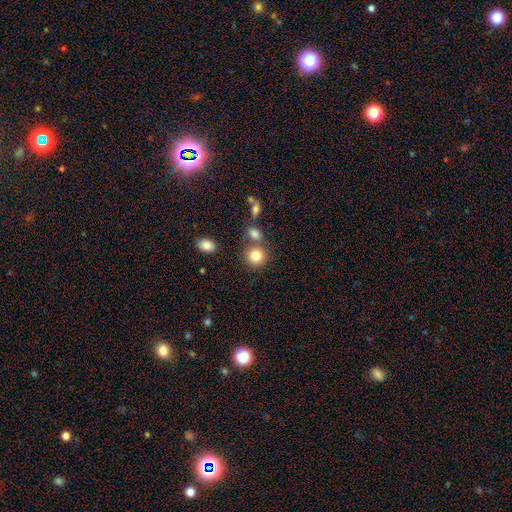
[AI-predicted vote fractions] smooth_or_featured: smooth (p=0.82) [alt: star or artifact p=0.10]
how_rounded: round (p=0.85) [alt: in between p=0.14]
merging: none (p=0.67) [alt: merger p=0.19]